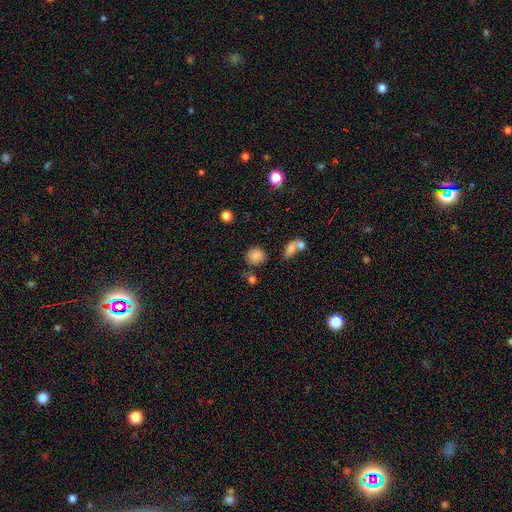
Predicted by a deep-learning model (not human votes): Smooth or featured? smooth (83%)
How rounded? round (76%)
Merging? none (68%)